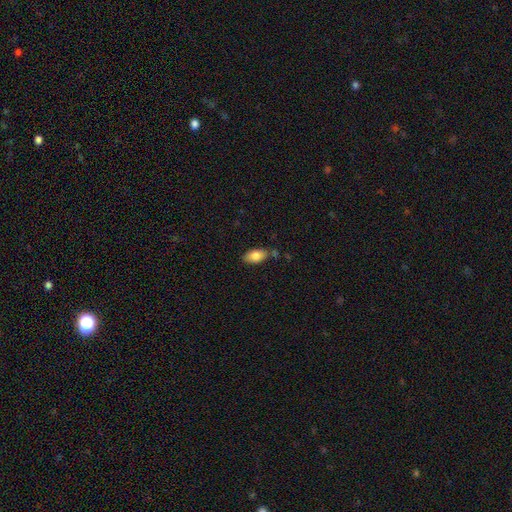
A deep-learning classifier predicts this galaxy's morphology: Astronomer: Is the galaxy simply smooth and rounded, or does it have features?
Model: smooth — 82%.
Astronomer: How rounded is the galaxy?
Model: in between — 92%.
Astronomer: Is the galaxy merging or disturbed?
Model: none — 73%.